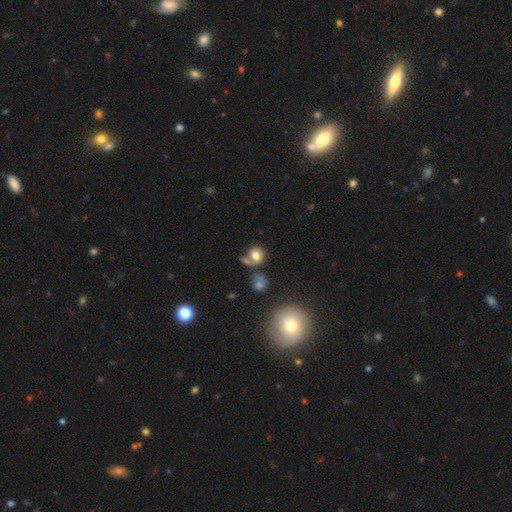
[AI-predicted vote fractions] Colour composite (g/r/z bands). It shows a smooth galaxy with no disk features (73%) that is round (67%). Merging: none (43%).